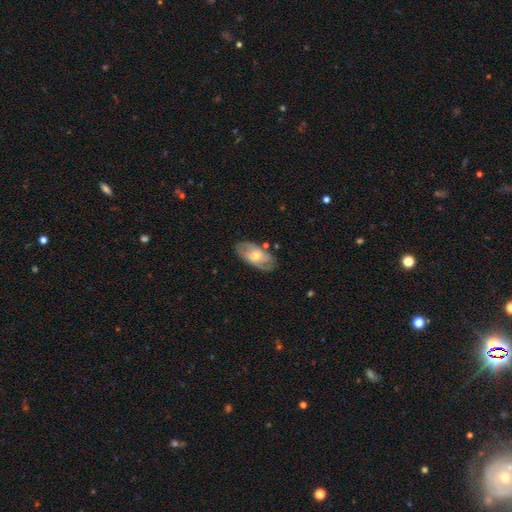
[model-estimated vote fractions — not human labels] Smooth or featured: featured or disk — 56% (smooth — 38%)
Edge-on disk: no — 90% (yes — 10%)
Bar: no — 61% (weak — 32%)
Spiral arms: yes — 67% (no — 33%)
Bulge size: moderate — 56% (small — 38%)
Merging: none — 75% (minor disturbance — 17%)